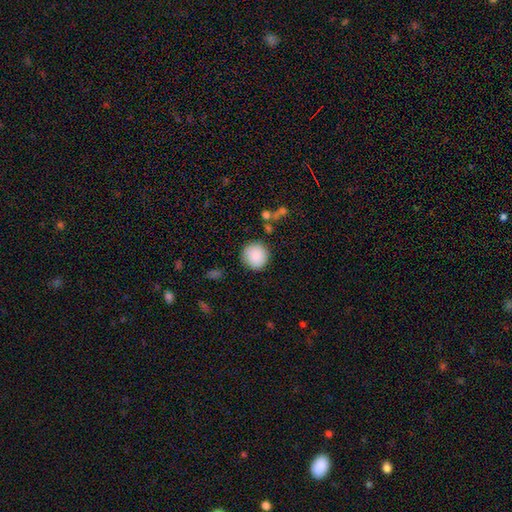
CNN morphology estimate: smooth-or-featured: smooth: 88% | star or artifact: 7% | featured or disk: 4%
  how-rounded: round: 94% | in between: 5% | cigar-shaped: 1%
  merging: none: 88% | minor disturbance: 8% | major disturbance: 2% | merger: 2%